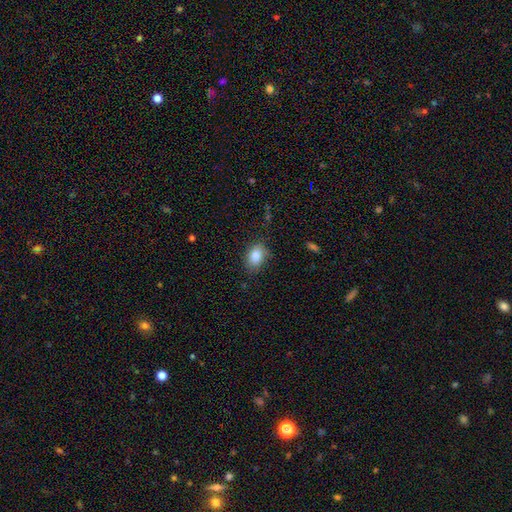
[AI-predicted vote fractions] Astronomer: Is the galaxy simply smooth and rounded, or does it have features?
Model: smooth — 85%.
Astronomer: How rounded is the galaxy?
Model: in between — 81%.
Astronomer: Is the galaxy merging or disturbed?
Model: none — 80%.